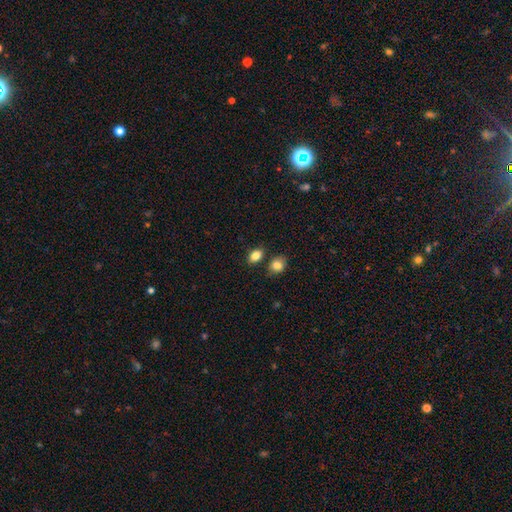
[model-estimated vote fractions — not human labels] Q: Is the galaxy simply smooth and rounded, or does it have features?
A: smooth — 85%.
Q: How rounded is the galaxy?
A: in between — 76%.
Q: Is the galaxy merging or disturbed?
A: none — 75%.